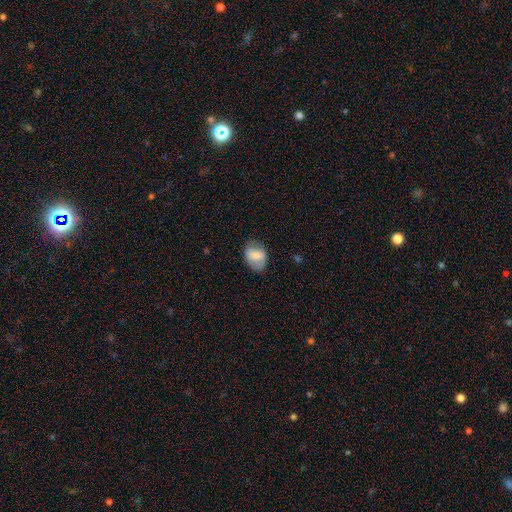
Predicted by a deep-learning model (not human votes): The model was most divided on "how rounded": in between: 69%, round: 29%, cigar-shaped: 1%. More confident: merging — none (74%); smooth or featured — smooth (69%).